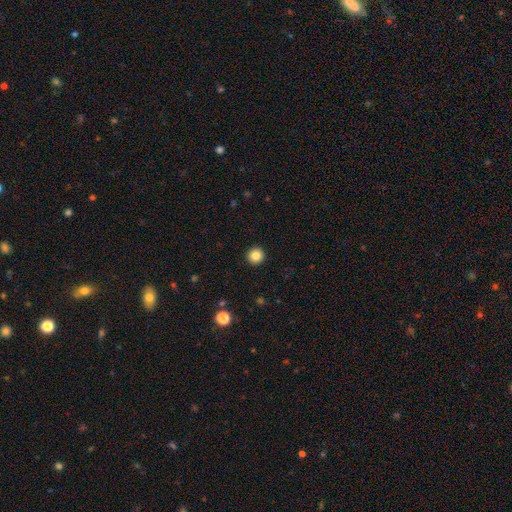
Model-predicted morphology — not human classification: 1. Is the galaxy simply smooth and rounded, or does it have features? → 84% smooth, 11% star or artifact, 5% featured or disk.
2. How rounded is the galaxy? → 96% round, 3% in between, 1% cigar-shaped.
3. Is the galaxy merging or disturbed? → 93% none, 4% minor disturbance, 1% major disturbance, 1% merger.